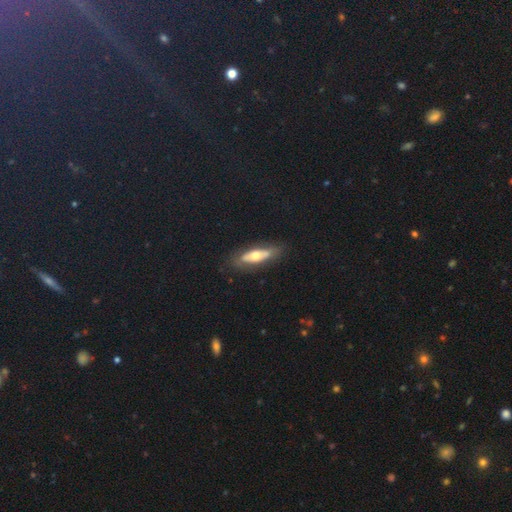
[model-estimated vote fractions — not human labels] This is possibly a featured or disk galaxy (51%). It is possibly not viewed edge-on (52%). Merging: likely none (76%).